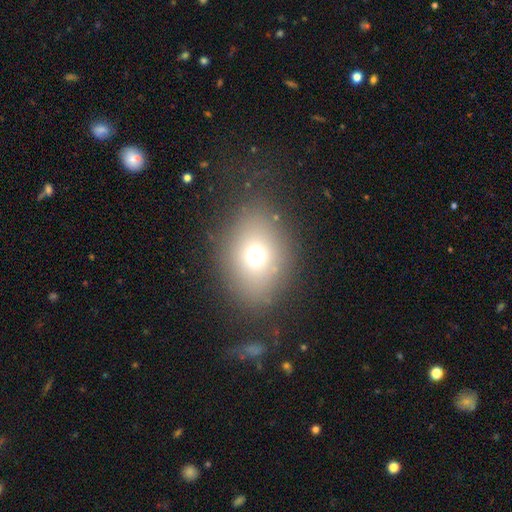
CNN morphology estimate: Overall: smooth (69%). How rounded: in between (53%; round 46%). Merging: none (79%).